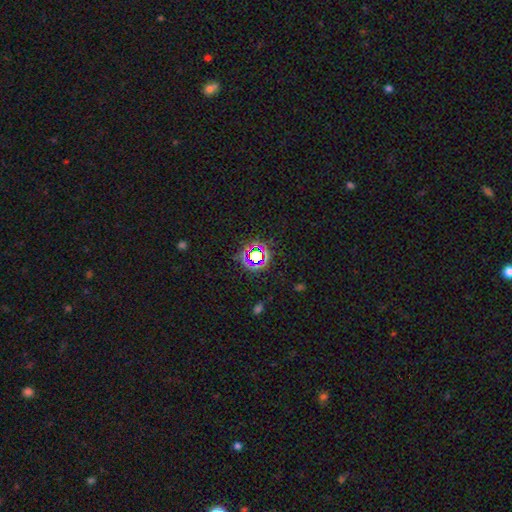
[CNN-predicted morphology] Smooth or featured? star or artifact (68%)